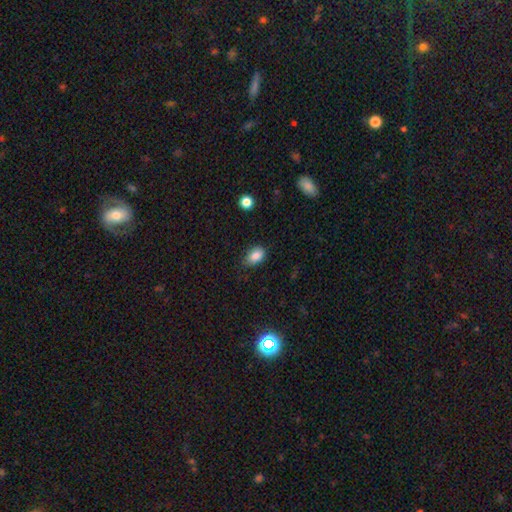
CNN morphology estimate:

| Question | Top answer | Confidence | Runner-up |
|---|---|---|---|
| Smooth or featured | smooth | 85% | star or artifact (9%) |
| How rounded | in between | 82% | round (16%) |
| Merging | none | 70% | minor disturbance (24%) |